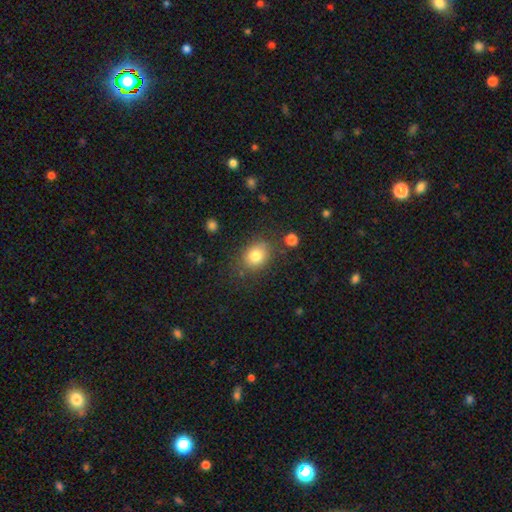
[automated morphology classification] A smooth galaxy with no disk features (80%) that is round (53%).

Vote fractions:
- Smooth or featured? smooth: 80% / star or artifact: 11% / featured or disk: 9%
- How rounded? round: 53% / in between: 46% / cigar-shaped: 1%
- Merging? none: 79% / minor disturbance: 13% / major disturbance: 5% / merger: 3%